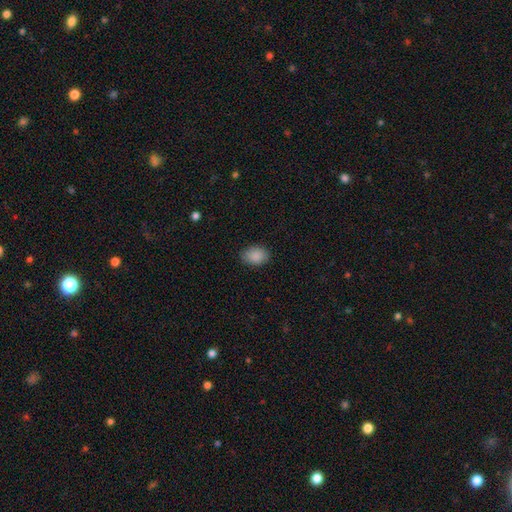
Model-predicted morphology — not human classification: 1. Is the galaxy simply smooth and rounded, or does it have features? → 89% smooth, 8% star or artifact, 3% featured or disk.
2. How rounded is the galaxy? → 75% in between, 24% round, 1% cigar-shaped.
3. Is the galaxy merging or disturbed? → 85% none, 12% minor disturbance, 3% major disturbance, 1% merger.